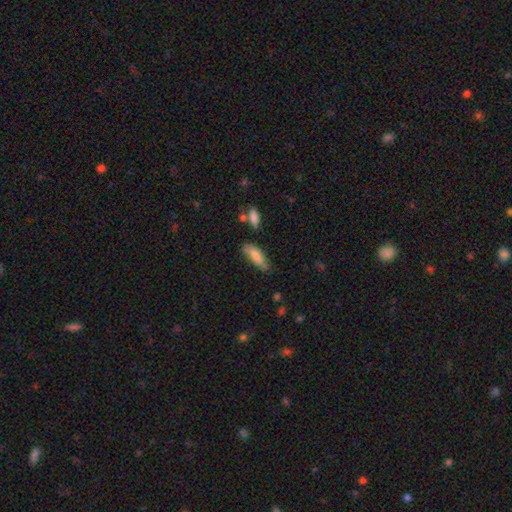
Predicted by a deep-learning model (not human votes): Overall: smooth (80%). How rounded: in between (54%; cigar-shaped 44%). Merging: none (63%; minor disturbance 26%).